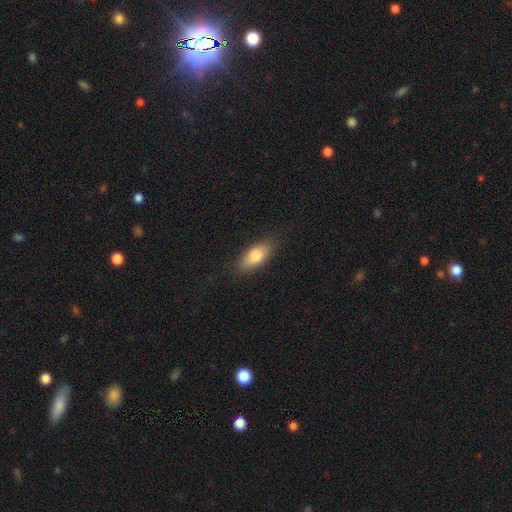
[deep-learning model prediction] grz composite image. It shows a smooth galaxy with no disk features (79%) that is in between round and cigar-shaped (84%). Merging: none (83%).